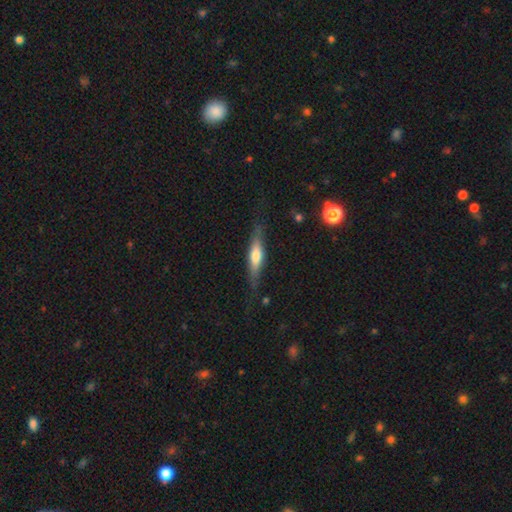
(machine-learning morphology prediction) A smooth galaxy with no disk features (48%). Merging: none (76%).